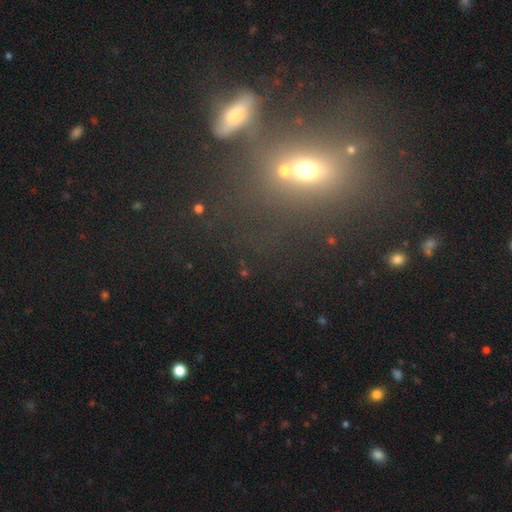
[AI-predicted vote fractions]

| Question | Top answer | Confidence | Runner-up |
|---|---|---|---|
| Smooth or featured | star or artifact | 44% | smooth (39%) |